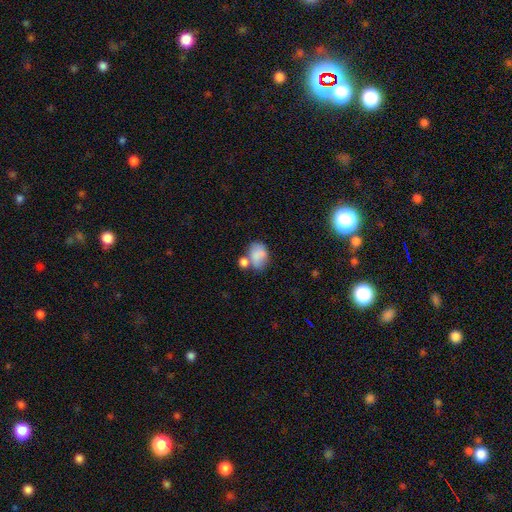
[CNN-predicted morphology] smooth_or_featured: smooth (p=0.79) [alt: featured or disk p=0.13]
how_rounded: in between (p=0.67) [alt: round p=0.32]
merging: none (p=0.37) [alt: merger p=0.36]